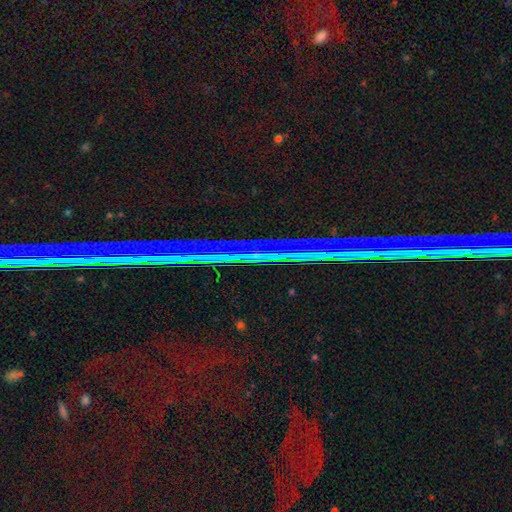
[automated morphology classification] smooth-or-featured: star or artifact: 82% | featured or disk: 11% | smooth: 7%